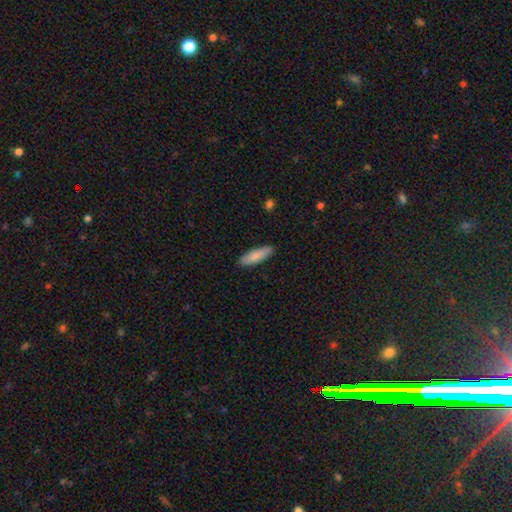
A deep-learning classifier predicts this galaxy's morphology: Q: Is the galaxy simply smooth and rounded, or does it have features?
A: smooth — 85%.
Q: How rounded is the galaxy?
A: cigar-shaped — 52%.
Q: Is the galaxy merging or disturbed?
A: none — 88%.